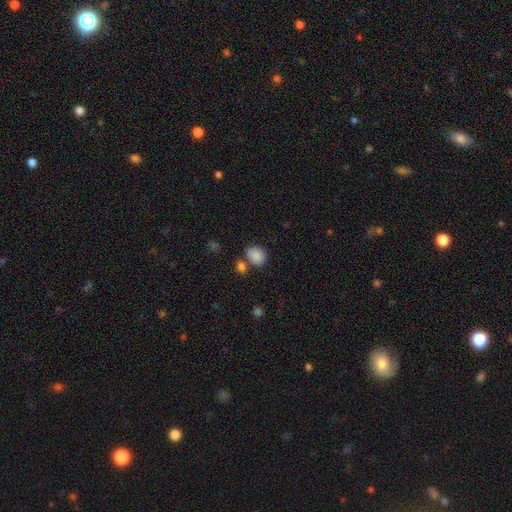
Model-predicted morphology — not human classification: Q: Smooth or featured?
A: smooth (86%); runner-up: star or artifact (9%)
Q: How rounded?
A: round (56%); runner-up: in between (44%)
Q: Merging?
A: none (65%); runner-up: merger (17%)